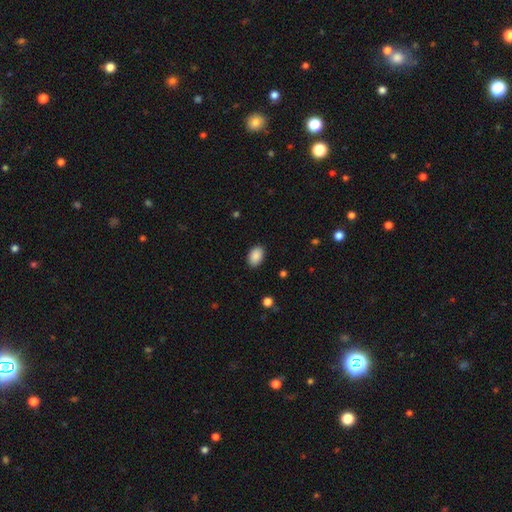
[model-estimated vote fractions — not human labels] smooth 89%, star or artifact 8%, featured or disk 3%. Down the decision tree: how rounded — in between (86%); merging — none (88%).